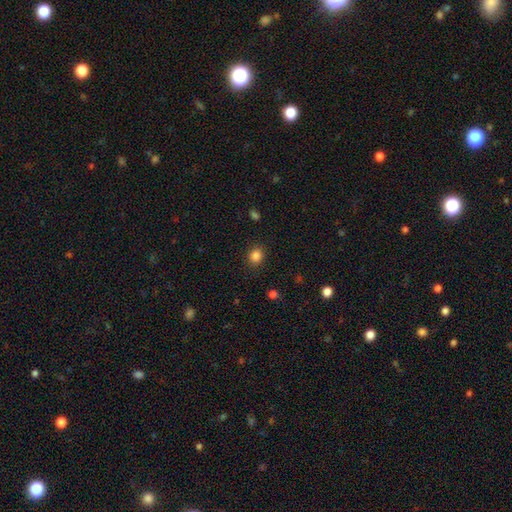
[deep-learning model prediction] Overall: smooth (85%). How rounded: round (75%). Merging: none (88%).